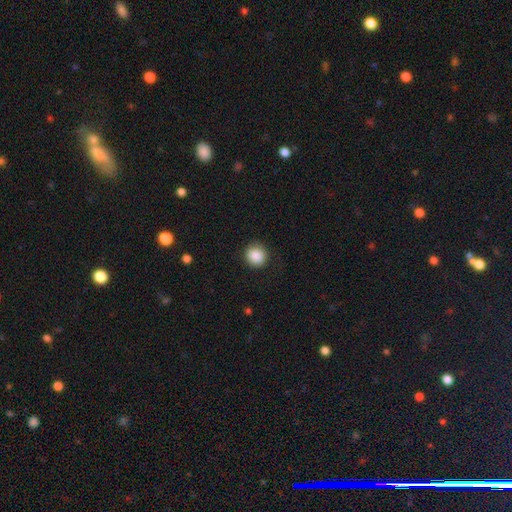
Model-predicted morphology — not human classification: A smooth galaxy with no disk features (89%) that is round (89%). Merging: none (86%).